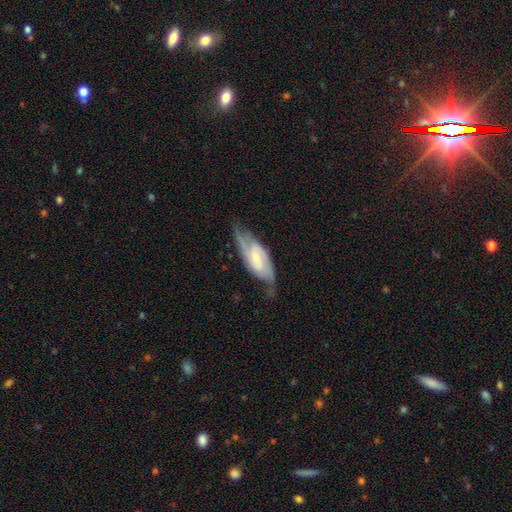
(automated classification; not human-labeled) smooth-or-featured: featured or disk: 83% | smooth: 12% | star or artifact: 5%
  disk-edge-on: no: 92% | yes: 8%
    bar: weak: 47% | no: 33% | strong: 20%
    has-spiral-arms: yes: 96% | no: 4%
      spiral-winding: medium: 48% | tight: 29% | loose: 23%
      spiral-arm-count: 2: 83% | can't tell: 8% | 3: 4% | 1: 2% | 4: 1% | more than 4: 1%
    bulge-size: small: 54% | moderate: 32% | none: 9% | large: 4% | dominant: 1%
  merging: none: 67% | minor disturbance: 22% | major disturbance: 9% | merger: 2%